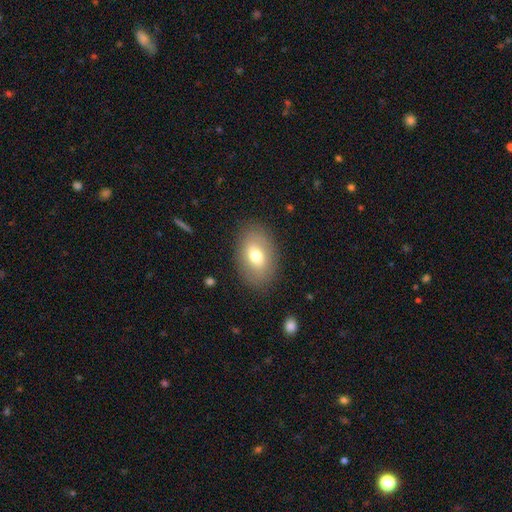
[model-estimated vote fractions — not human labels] Morphology: type=smooth (68%); roundness=in between (84%); merging=none (85%).